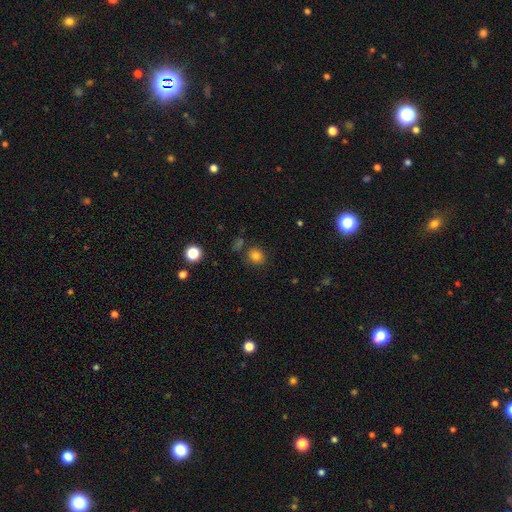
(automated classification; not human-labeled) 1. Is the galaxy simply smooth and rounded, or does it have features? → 79% smooth, 14% star or artifact, 7% featured or disk.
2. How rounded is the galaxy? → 82% round, 17% in between, 1% cigar-shaped.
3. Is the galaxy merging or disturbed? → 78% none, 11% minor disturbance, 7% merger, 4% major disturbance.